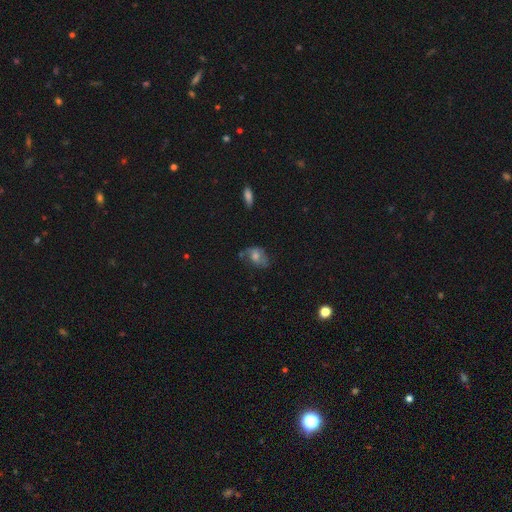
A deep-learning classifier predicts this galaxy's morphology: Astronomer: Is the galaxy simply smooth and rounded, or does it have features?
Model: smooth — 46% (runner-up: featured or disk, 41%).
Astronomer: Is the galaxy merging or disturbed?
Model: none — 53% (runner-up: minor disturbance, 29%).